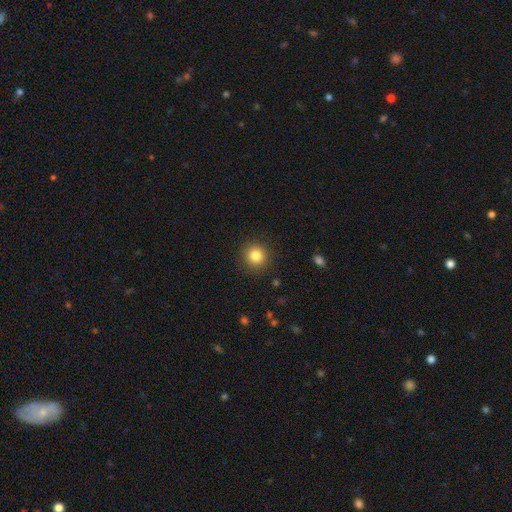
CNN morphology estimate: Overall: smooth (84%). How rounded: round (93%). Merging: none (90%).